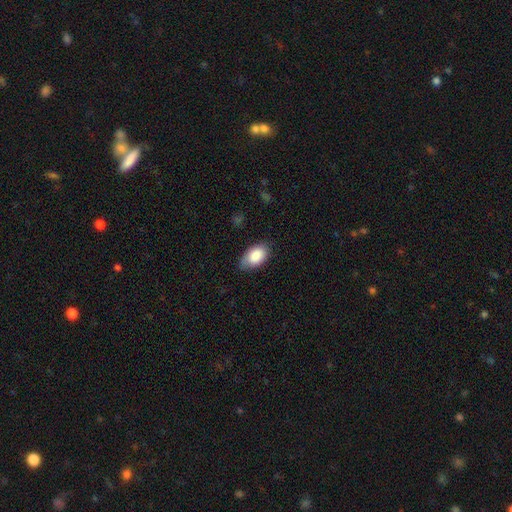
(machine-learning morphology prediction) type=smooth (86%); roundness=in between (93%); merging=none (69%).